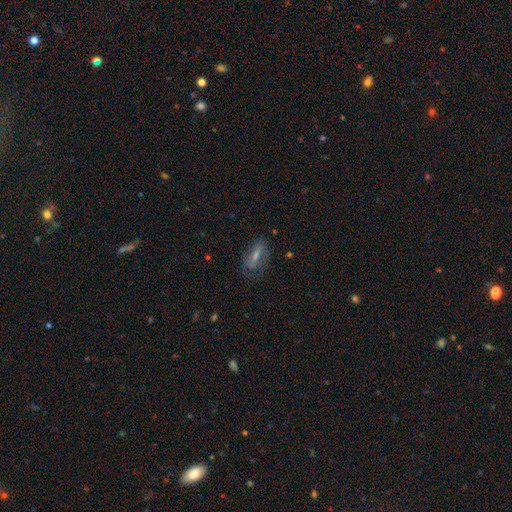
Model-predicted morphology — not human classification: Smooth or featured?
  - featured or disk: 47% *
  - smooth: 43%
  - star or artifact: 10%
Merging?
  - none: 62% *
  - minor disturbance: 22%
  - major disturbance: 14%
  - merger: 2%